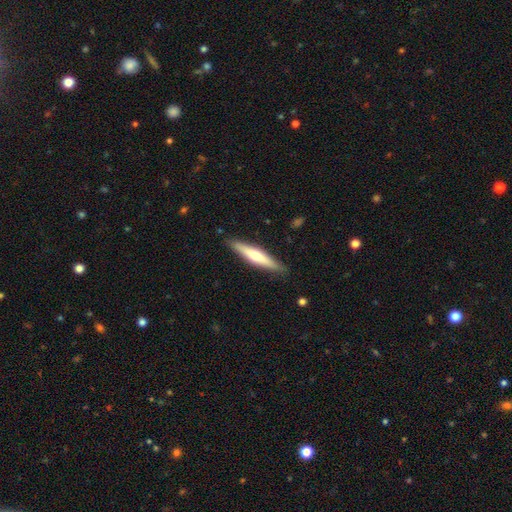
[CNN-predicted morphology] A smooth galaxy with no disk features (51%) that is cigar-shaped (88%). Merging: none (88%).